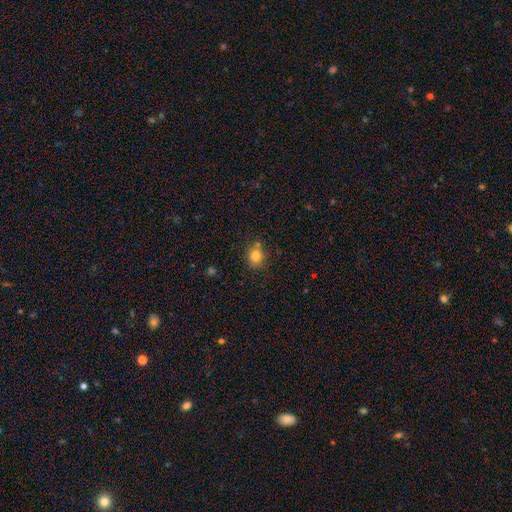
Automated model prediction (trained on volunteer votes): smooth 81%, star or artifact 12%, featured or disk 7%. Down the decision tree: how rounded — round (75%); merging — none (74%).